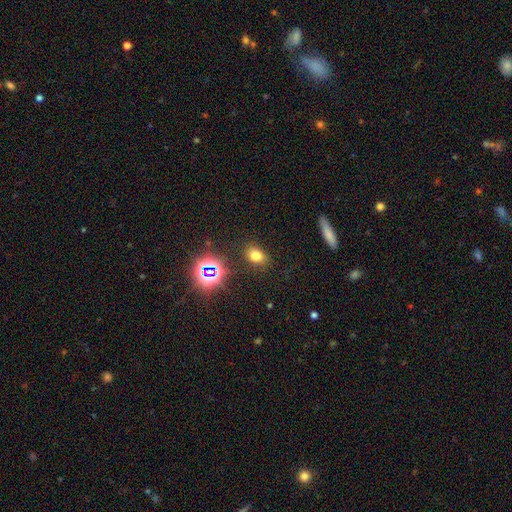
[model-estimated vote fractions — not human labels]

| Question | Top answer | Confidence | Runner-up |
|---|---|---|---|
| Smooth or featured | smooth | 70% | star or artifact (22%) |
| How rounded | in between | 70% | round (29%) |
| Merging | none | 83% | minor disturbance (11%) |